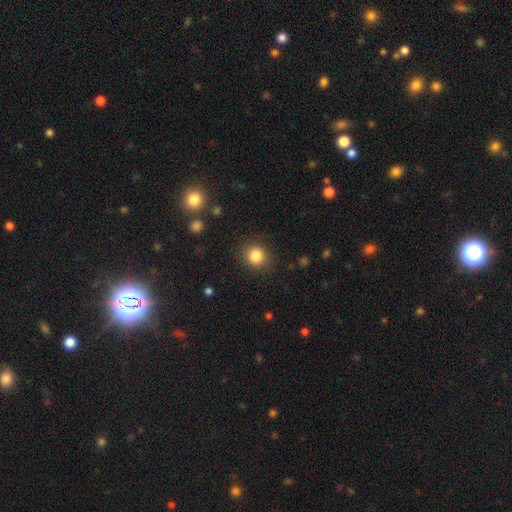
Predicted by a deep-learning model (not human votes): This appears to be a smooth galaxy with no disk features (84%) that is round (84%). Merging: none (87%).